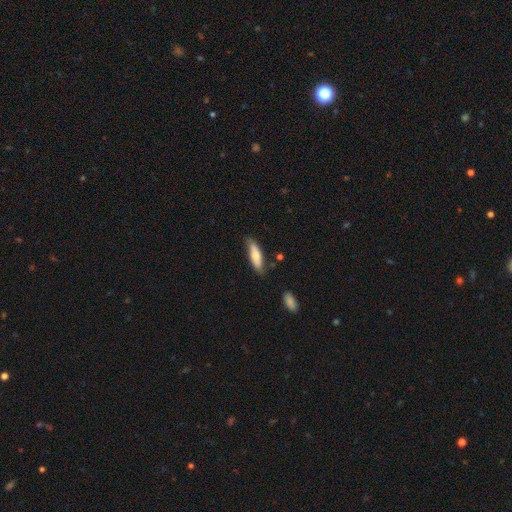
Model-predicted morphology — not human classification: smooth_or_featured: smooth (p=0.66) [alt: featured or disk p=0.28]
how_rounded: cigar-shaped (p=0.56) [alt: in between p=0.42]
merging: none (p=0.72) [alt: minor disturbance p=0.21]